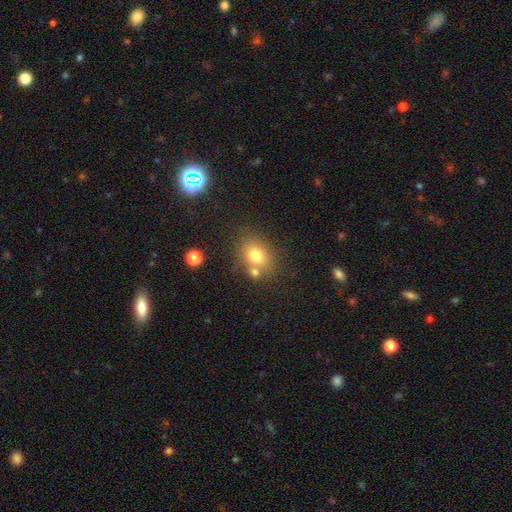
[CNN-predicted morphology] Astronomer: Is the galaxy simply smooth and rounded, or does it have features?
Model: smooth — 74%.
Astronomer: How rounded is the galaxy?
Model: in between — 52% (runner-up: round, 47%).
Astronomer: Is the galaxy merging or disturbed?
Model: none — 59%.